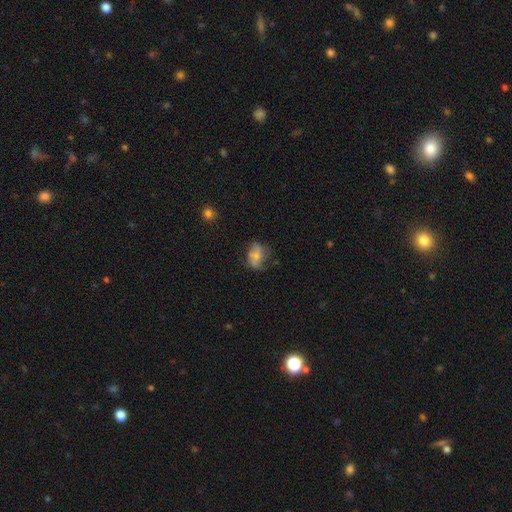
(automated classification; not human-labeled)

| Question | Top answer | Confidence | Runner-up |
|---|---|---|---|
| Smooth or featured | smooth | 53% | featured or disk (37%) |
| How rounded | in between | 68% | round (31%) |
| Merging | none | 53% | minor disturbance (29%) |